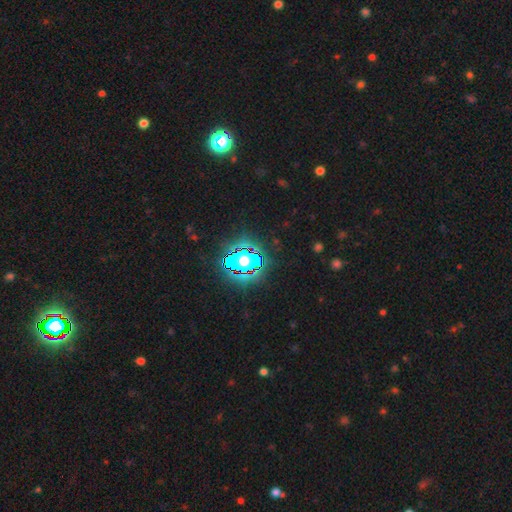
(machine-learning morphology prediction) Smooth or featured: star or artifact — 75% (smooth — 15%)